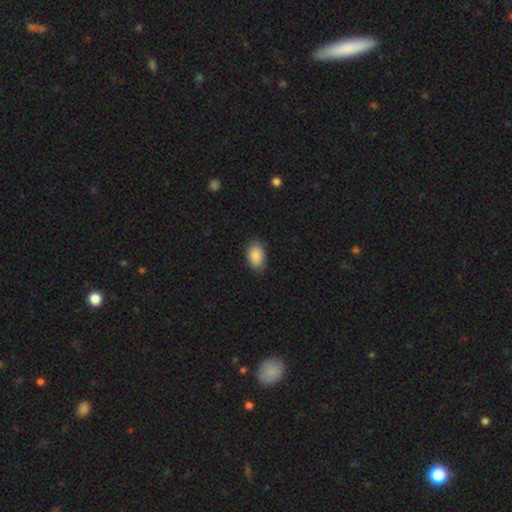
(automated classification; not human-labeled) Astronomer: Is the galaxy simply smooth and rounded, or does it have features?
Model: smooth — 88%.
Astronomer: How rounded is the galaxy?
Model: in between — 88%.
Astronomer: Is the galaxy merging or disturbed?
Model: none — 80%.